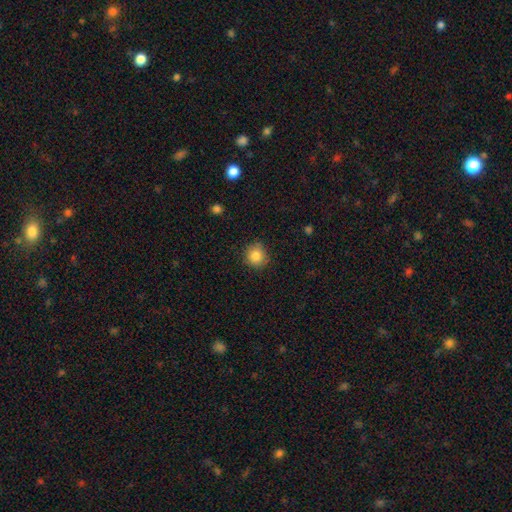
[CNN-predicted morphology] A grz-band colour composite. It shows a smooth galaxy with no disk features (84%) that is round (89%). Merging: none (84%).